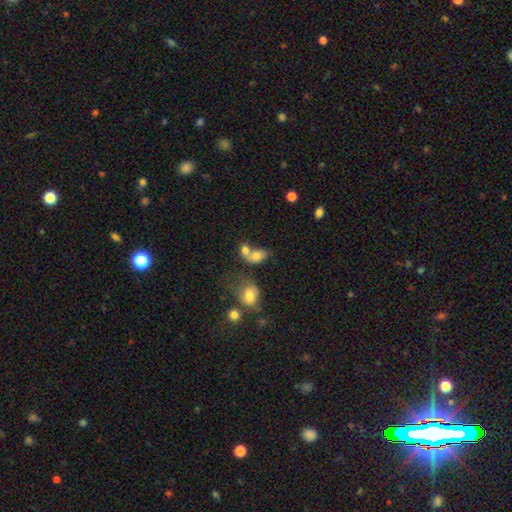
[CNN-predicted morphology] Smooth or featured? smooth (74%)
How rounded? in between (75%)
Merging? merger (59%)